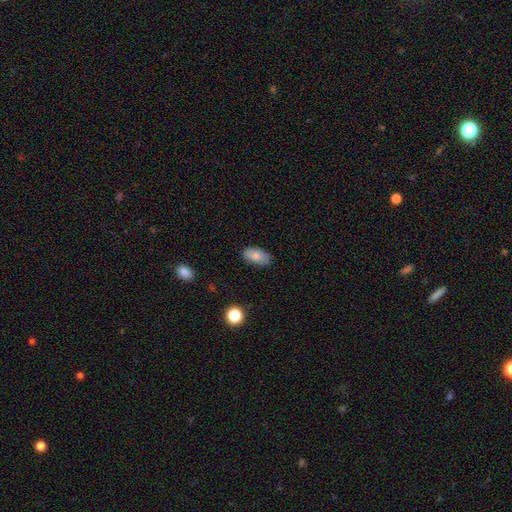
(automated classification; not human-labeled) Smooth or featured? smooth (83%)
How rounded? in between (93%)
Merging? none (84%)